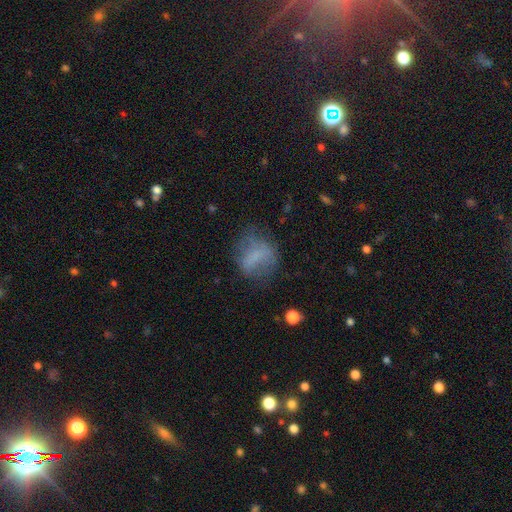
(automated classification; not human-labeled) smooth-or-featured: smooth: 58% | featured or disk: 29% | star or artifact: 13%
  how-rounded: round: 52% | in between: 45% | cigar-shaped: 3%
  merging: none: 50% | minor disturbance: 25% | major disturbance: 22% | merger: 3%